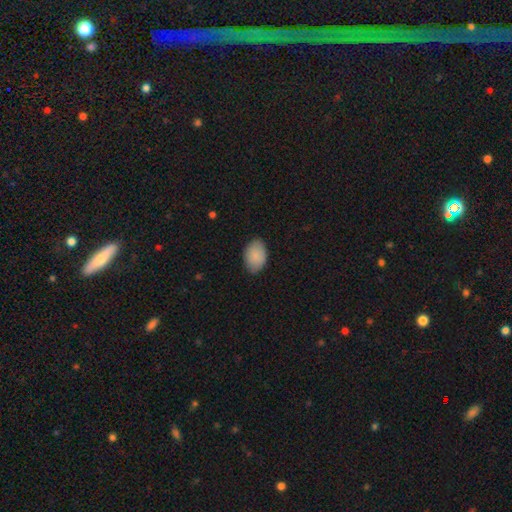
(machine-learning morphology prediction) This is clearly a smooth galaxy (89%). How rounded: clearly in between (88%). Merging: clearly none (82%).